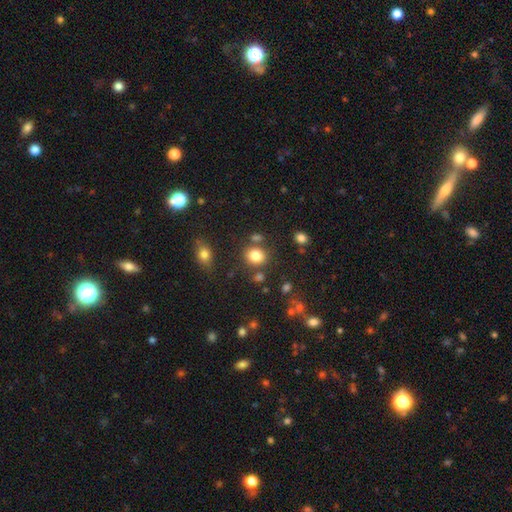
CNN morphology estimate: smooth-or-featured: smooth: 82% | star or artifact: 11% | featured or disk: 6%
  how-rounded: round: 65% | in between: 34% | cigar-shaped: 1%
  merging: none: 74% | minor disturbance: 11% | merger: 10% | major disturbance: 4%